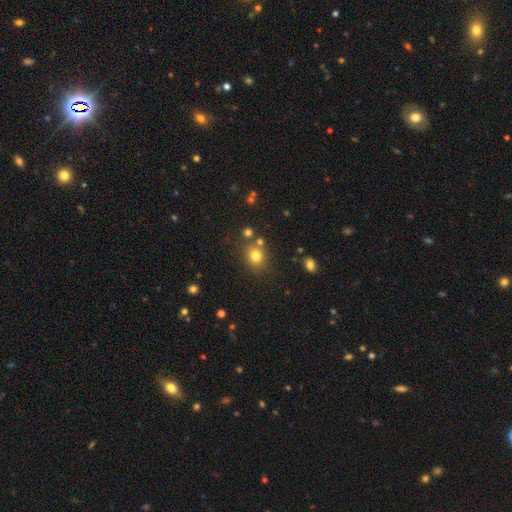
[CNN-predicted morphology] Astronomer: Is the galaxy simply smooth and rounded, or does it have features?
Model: smooth — 77%.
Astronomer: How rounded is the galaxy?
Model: round — 74%.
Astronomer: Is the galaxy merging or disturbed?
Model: none — 76%.